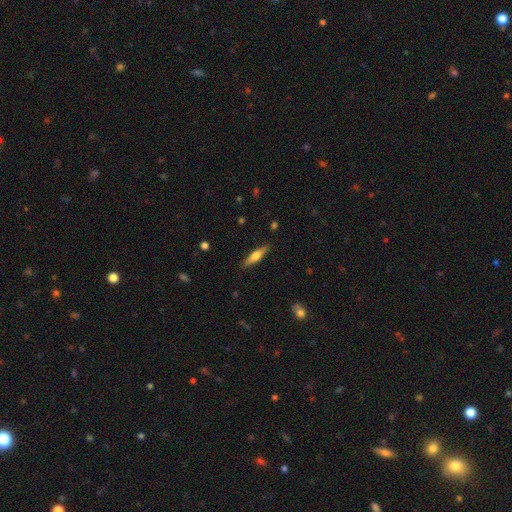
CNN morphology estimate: Smooth or featured? Predicted: smooth (p=0.49). Merging? Predicted: none (p=0.88).